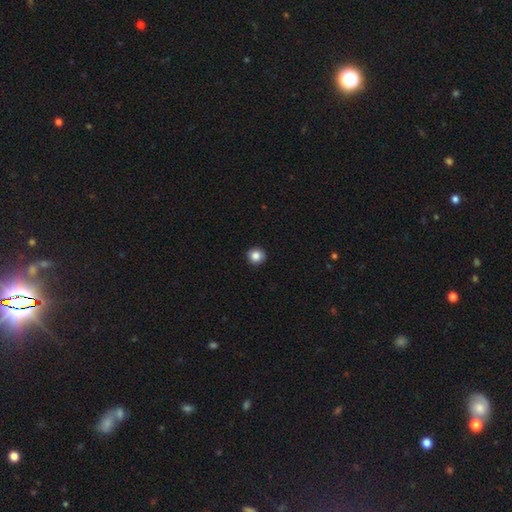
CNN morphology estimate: Smooth or featured? Predicted: smooth (p=0.86). How rounded? Predicted: round (p=0.93). Merging? Predicted: none (p=0.92).